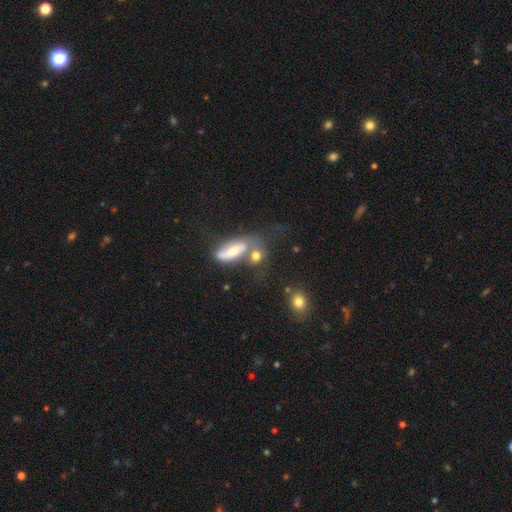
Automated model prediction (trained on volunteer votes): Smooth or featured? smooth (64%)
How rounded? in between (57%)
Merging? merger (42%)